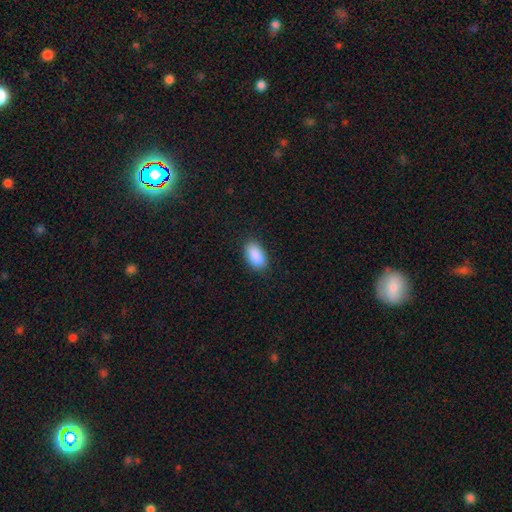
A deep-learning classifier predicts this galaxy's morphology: Smooth or featured?
  - smooth: 91% *
  - star or artifact: 6%
  - featured or disk: 3%
How rounded?
  - in between: 94% *
  - round: 3%
  - cigar-shaped: 3%
Merging?
  - none: 87% *
  - minor disturbance: 10%
  - major disturbance: 2%
  - merger: 1%